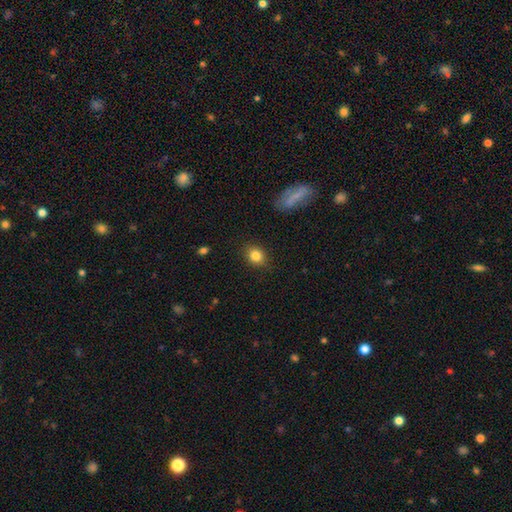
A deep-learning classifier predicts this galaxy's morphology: A smooth galaxy with no disk features (84%) that is round (62%).

Vote fractions:
- Smooth or featured? smooth: 84% / star or artifact: 10% / featured or disk: 6%
- How rounded? round: 62% / in between: 37% / cigar-shaped: 1%
- Merging? none: 87% / minor disturbance: 9% / major disturbance: 2% / merger: 1%